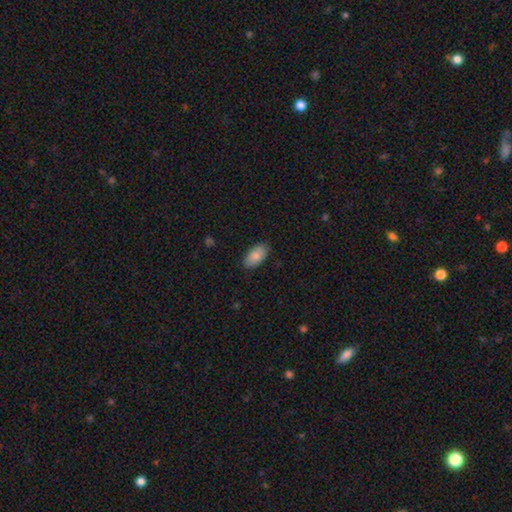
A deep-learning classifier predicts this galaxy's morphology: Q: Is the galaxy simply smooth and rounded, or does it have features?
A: smooth — 84%.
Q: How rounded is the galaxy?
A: in between — 94%.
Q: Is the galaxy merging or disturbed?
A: none — 86%.